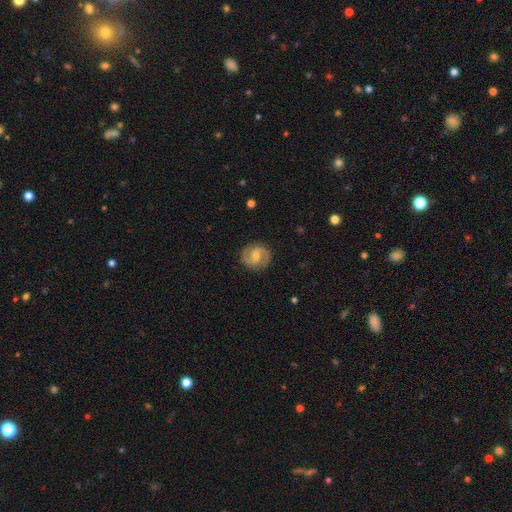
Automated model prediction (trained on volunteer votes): Q: Smooth or featured?
A: featured or disk (78%); runner-up: smooth (17%)
Q: Edge-on disk?
A: no (98%); runner-up: yes (2%)
Q: Bar?
A: weak (52%); runner-up: no (32%)
Q: Spiral arms?
A: yes (95%); runner-up: no (5%)
Q: Spiral winding?
A: medium (52%); runner-up: tight (29%)
Q: Spiral arm count?
A: 2 (92%); runner-up: can't tell (3%)
Q: Bulge size?
A: small (48%); runner-up: moderate (43%)
Q: Merging?
A: none (86%); runner-up: minor disturbance (10%)